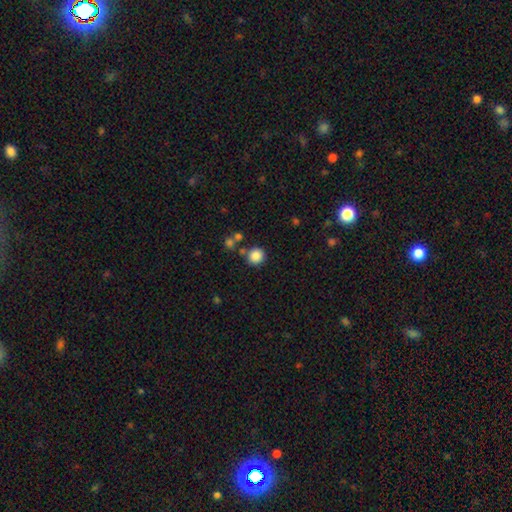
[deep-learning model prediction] smooth_or_featured: smooth (p=0.85) [alt: star or artifact p=0.11]
how_rounded: round (p=0.90) [alt: in between p=0.09]
merging: none (p=0.77) [alt: minor disturbance p=0.10]